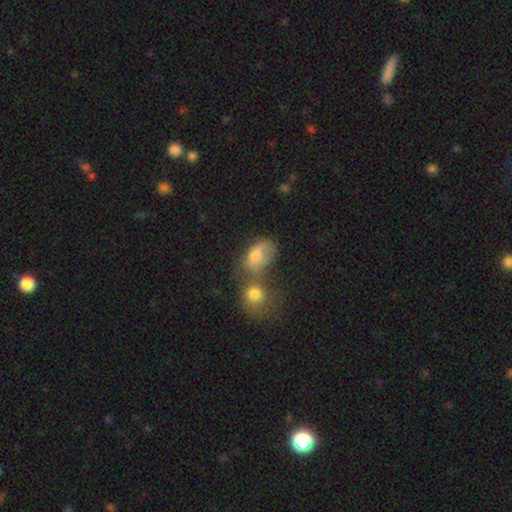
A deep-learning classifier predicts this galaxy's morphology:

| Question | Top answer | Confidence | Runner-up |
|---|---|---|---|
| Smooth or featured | smooth | 73% | featured or disk (15%) |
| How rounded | in between | 79% | round (19%) |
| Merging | merger | 48% | none (26%) |